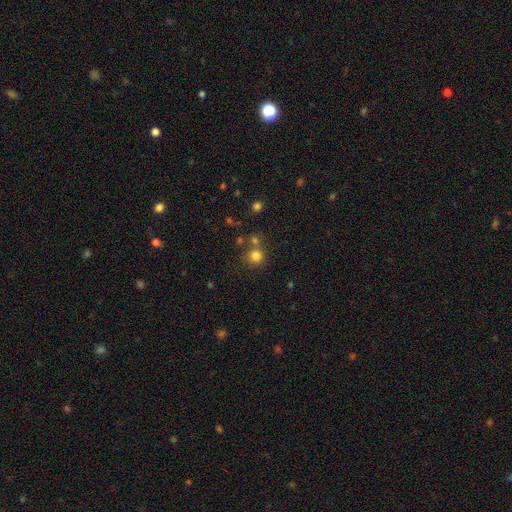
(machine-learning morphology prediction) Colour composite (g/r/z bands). It shows a smooth galaxy with no disk features (79%) that is round (90%). Merging: none (64%).